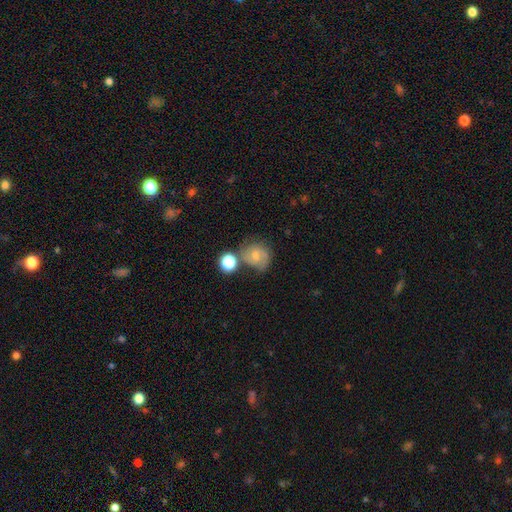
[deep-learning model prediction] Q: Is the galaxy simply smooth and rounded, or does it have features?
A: featured or disk — 47%.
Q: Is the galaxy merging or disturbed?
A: none — 52%.